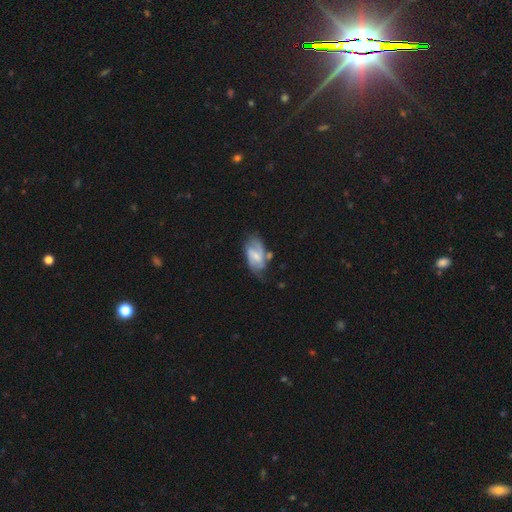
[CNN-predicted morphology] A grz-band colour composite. It shows a featured or disk galaxy (67%) with a weak bar (51%), 2 (71%) medium (46%) spiral arms (86%) and a small central bulge (53%). Merging: none (53%).